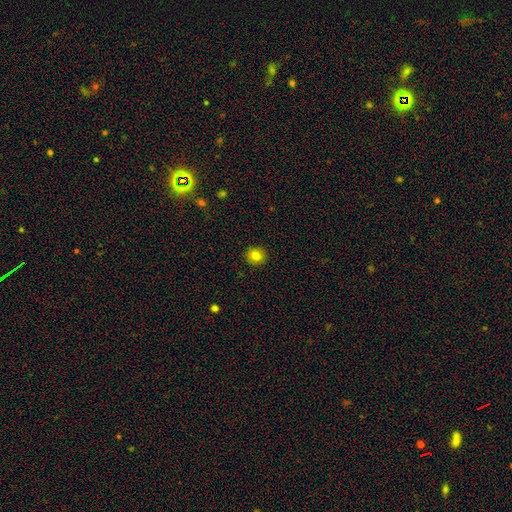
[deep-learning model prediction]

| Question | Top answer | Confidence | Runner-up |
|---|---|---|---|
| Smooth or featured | smooth | 81% | star or artifact (11%) |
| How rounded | round | 90% | in between (9%) |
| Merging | none | 91% | minor disturbance (6%) |